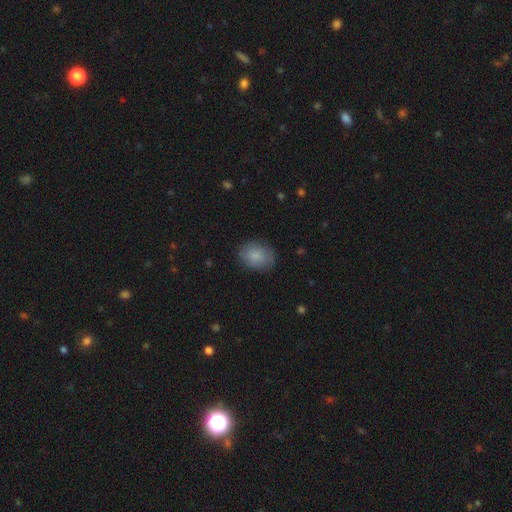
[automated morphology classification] Smooth or featured? Predicted: smooth (p=0.84). How rounded? Predicted: in between (p=0.64). Merging? Predicted: none (p=0.79).